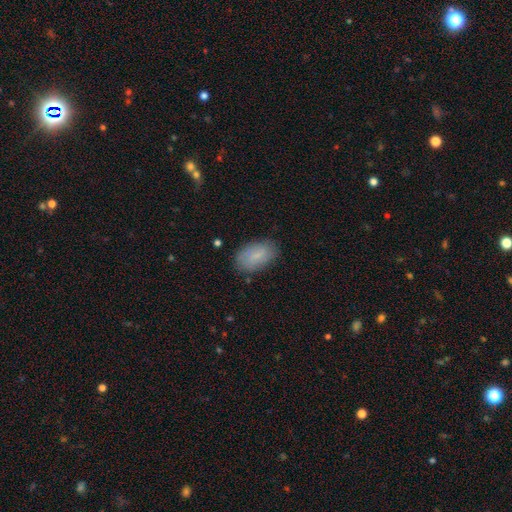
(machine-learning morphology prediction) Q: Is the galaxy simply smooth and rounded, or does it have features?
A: smooth — 78%.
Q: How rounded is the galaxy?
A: in between — 93%.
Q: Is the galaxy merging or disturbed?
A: none — 81%.